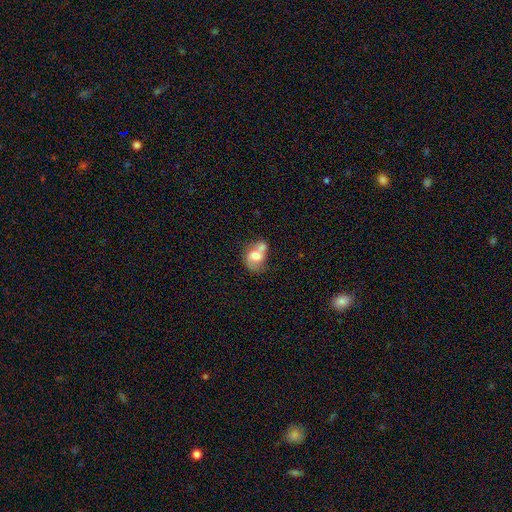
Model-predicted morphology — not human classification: A smooth galaxy with no disk features (53%) that is in between round and cigar-shaped (58%). Merging: merger (54%).